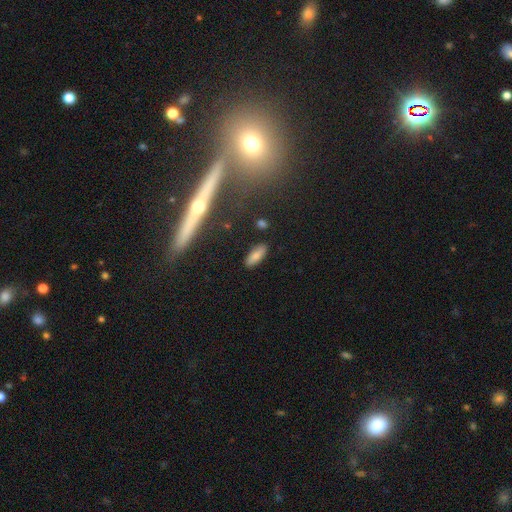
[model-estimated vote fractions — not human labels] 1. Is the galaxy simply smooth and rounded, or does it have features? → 80% smooth, 12% featured or disk, 8% star or artifact.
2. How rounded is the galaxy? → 70% in between, 27% cigar-shaped, 2% round.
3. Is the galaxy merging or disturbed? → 86% none, 10% minor disturbance, 2% major disturbance, 2% merger.